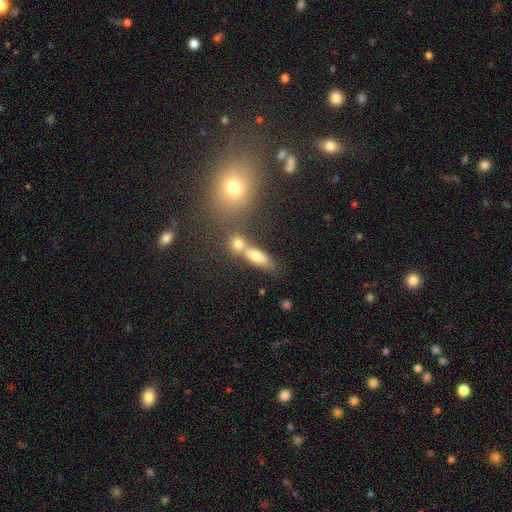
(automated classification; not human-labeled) Q: Smooth or featured?
A: smooth (69%); runner-up: featured or disk (18%)
Q: How rounded?
A: in between (60%); runner-up: cigar-shaped (25%)
Q: Merging?
A: none (49%); runner-up: merger (34%)